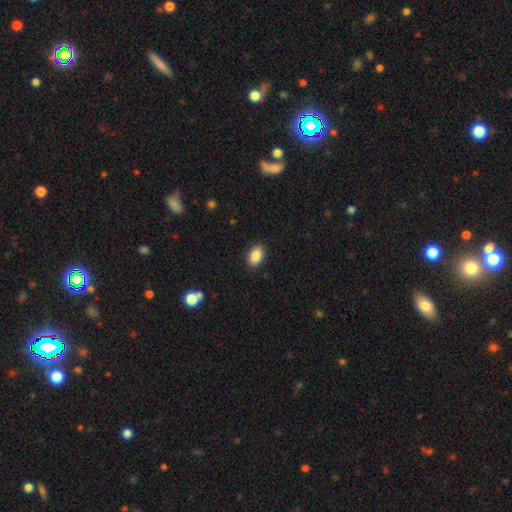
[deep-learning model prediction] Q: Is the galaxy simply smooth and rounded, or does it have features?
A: smooth — 88%.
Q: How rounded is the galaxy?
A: in between — 88%.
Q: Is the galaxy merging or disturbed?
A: none — 89%.